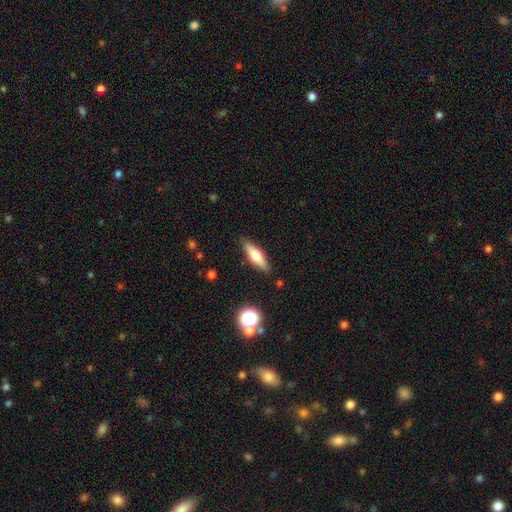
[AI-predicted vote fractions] A smooth galaxy with no disk features (57%) that is cigar-shaped (56%).

Vote fractions:
- Smooth or featured? smooth: 57% / featured or disk: 36% / star or artifact: 7%
- How rounded? cigar-shaped: 56% / in between: 41% / round: 3%
- Merging? none: 86% / minor disturbance: 10% / major disturbance: 2% / merger: 2%